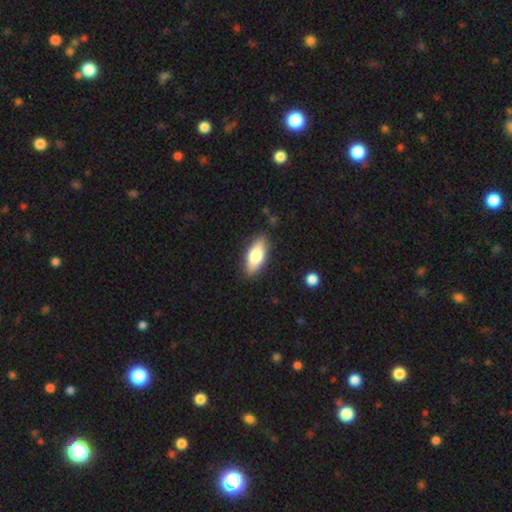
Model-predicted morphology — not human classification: smooth-or-featured: smooth: 71% | featured or disk: 23% | star or artifact: 6%
  how-rounded: in between: 80% | cigar-shaped: 18% | round: 3%
  merging: none: 86% | minor disturbance: 11% | major disturbance: 2% | merger: 1%